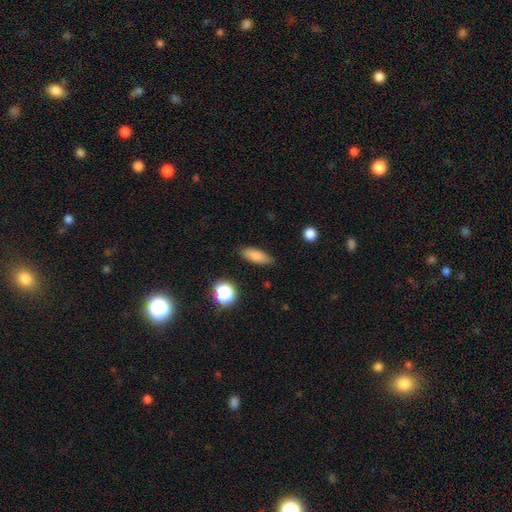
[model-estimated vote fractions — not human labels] smooth-or-featured: smooth: 82% | star or artifact: 9% | featured or disk: 9%
  how-rounded: in between: 69% | cigar-shaped: 27% | round: 4%
  merging: none: 83% | minor disturbance: 12% | major disturbance: 3% | merger: 2%